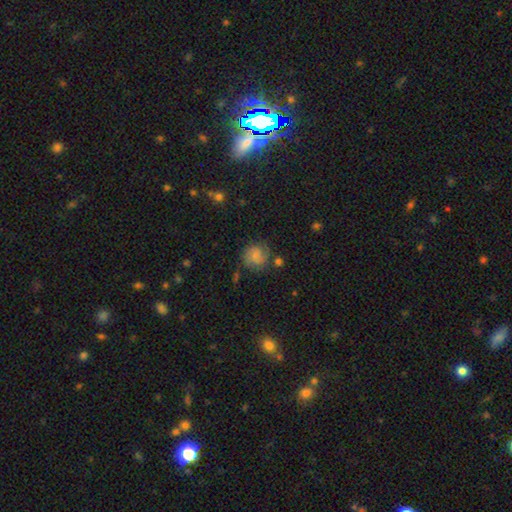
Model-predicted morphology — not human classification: Q: Smooth or featured?
A: smooth (57%); runner-up: featured or disk (32%)
Q: How rounded?
A: round (85%); runner-up: in between (14%)
Q: Merging?
A: none (70%); runner-up: minor disturbance (18%)